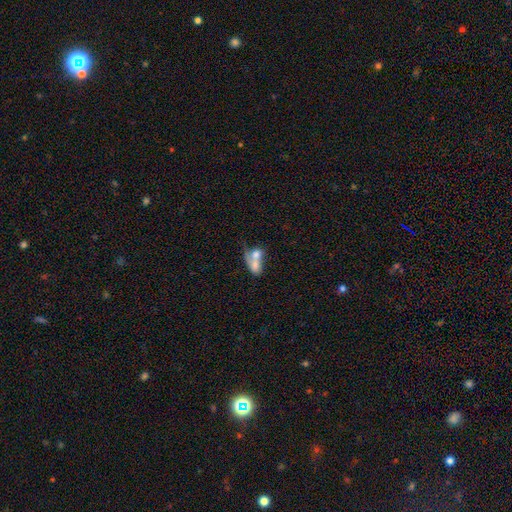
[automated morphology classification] The model was most divided on "smooth or featured": smooth: 61%, featured or disk: 30%, star or artifact: 8%. More confident: merging — merger (74%); how rounded — in between (72%).